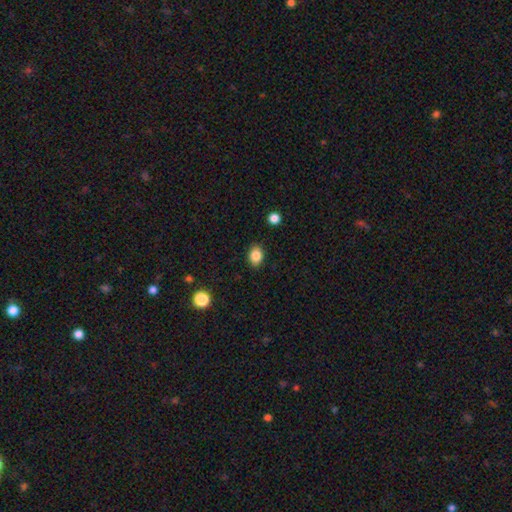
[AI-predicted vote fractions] Smooth or featured? Predicted: smooth (p=0.85). How rounded? Predicted: in between (p=0.69). Merging? Predicted: none (p=0.87).